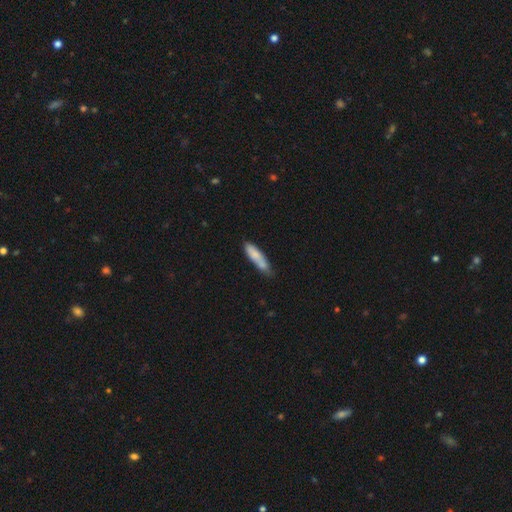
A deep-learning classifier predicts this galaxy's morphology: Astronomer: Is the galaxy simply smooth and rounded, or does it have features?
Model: smooth — 76%.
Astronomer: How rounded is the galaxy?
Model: cigar-shaped — 67%.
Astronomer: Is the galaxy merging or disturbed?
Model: none — 56%.